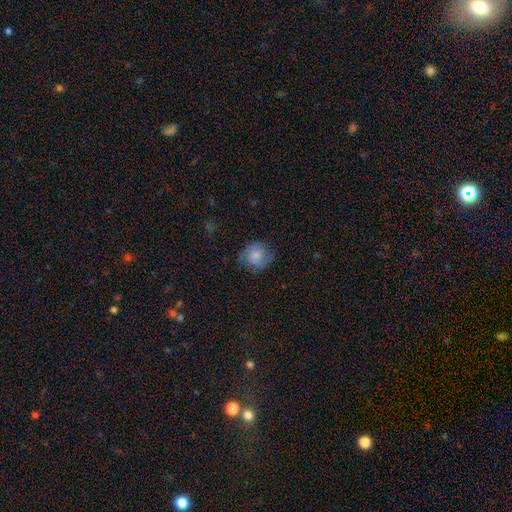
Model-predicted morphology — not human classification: The model was most divided on "smooth or featured": smooth: 60%, featured or disk: 32%, star or artifact: 8%. More confident: how rounded — round (76%); merging — none (66%).